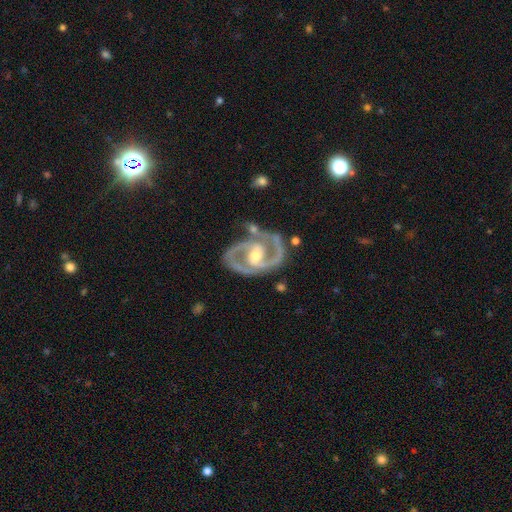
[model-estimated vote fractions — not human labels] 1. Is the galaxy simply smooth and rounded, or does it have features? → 92% featured or disk, 4% star or artifact, 4% smooth.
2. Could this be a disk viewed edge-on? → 98% no, 2% yes.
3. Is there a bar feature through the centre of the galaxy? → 43% weak, 31% no, 26% strong.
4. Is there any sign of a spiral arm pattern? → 98% yes, 2% no.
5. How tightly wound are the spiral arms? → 56% medium, 36% tight, 9% loose.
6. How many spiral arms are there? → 89% 2, 4% 3, 3% can't tell, 2% 1, 1% 4, 1% more than 4.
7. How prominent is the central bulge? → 69% moderate, 24% small, 5% large, 1% none, 1% dominant.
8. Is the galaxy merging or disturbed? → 66% none, 19% minor disturbance, 8% major disturbance, 7% merger.